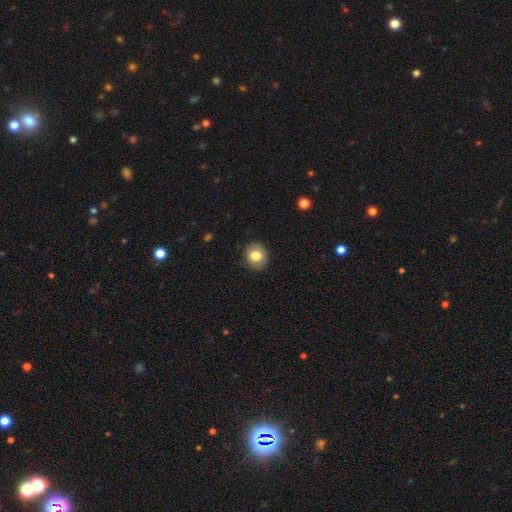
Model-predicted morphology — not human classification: A smooth galaxy with no disk features (80%) that is round (84%). Merging: none (89%).